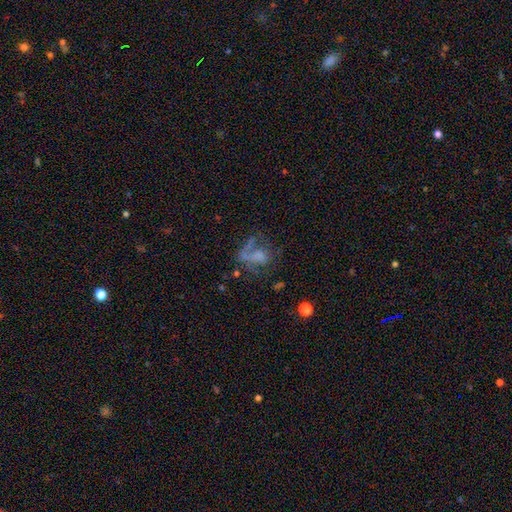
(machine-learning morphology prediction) Q: Smooth or featured?
A: featured or disk (47%); runner-up: smooth (35%)
Q: Merging?
A: major disturbance (41%); runner-up: none (31%)